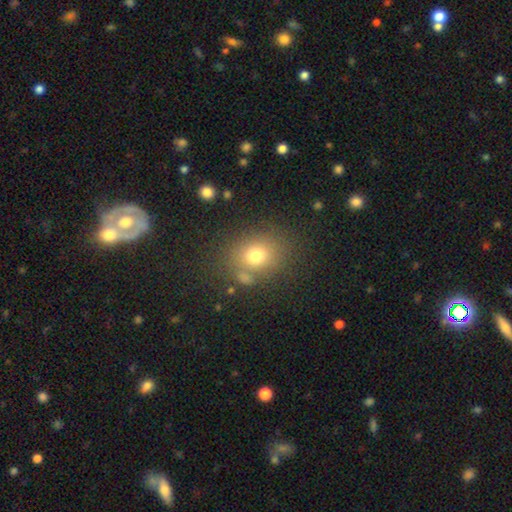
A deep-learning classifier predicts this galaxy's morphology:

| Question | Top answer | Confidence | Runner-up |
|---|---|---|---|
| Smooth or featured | smooth | 73% | star or artifact (15%) |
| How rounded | round | 57% | in between (42%) |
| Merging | none | 74% | minor disturbance (13%) |